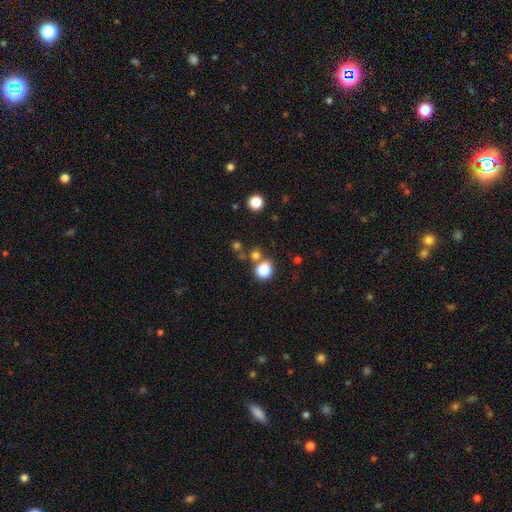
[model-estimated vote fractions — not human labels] Smooth or featured: smooth — 74% (star or artifact — 20%)
How rounded: round — 85% (in between — 14%)
Merging: none — 71% (merger — 18%)